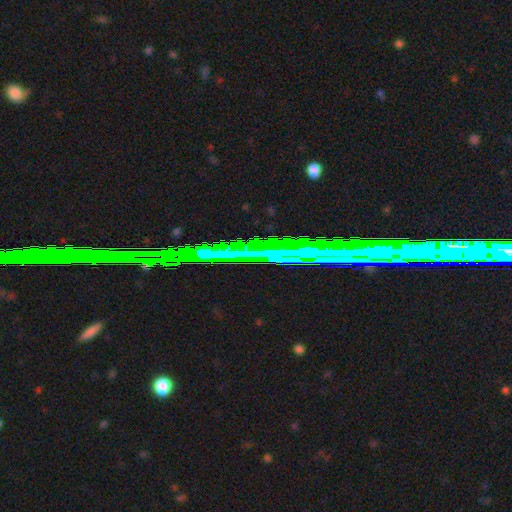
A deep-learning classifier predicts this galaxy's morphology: This is likely a star or artifact rather than a galaxy (67%).